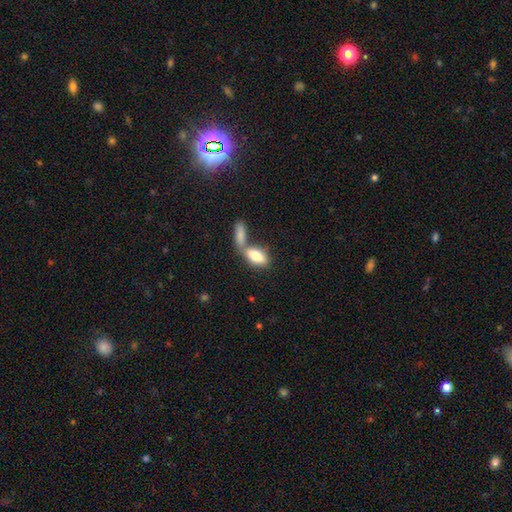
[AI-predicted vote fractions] Smooth or featured? smooth (79%)
How rounded? in between (87%)
Merging? merger (56%)